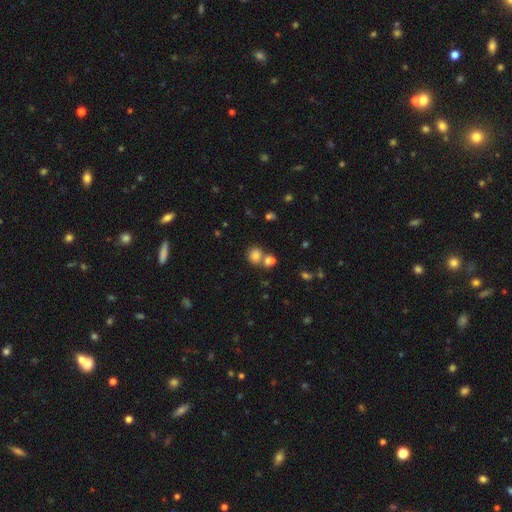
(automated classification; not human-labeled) Smooth or featured: smooth — 77% (star or artifact — 13%)
How rounded: round — 68% (in between — 31%)
Merging: none — 46% (merger — 40%)